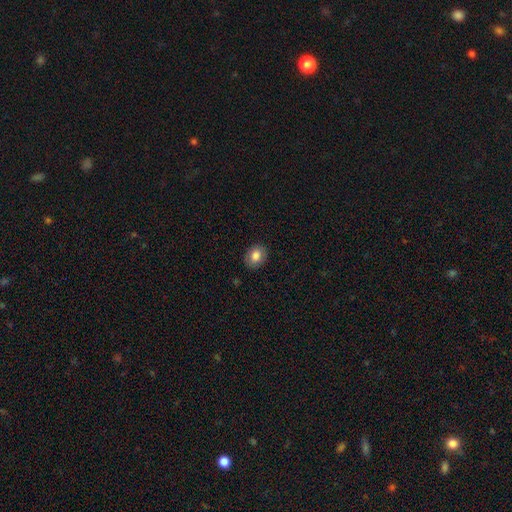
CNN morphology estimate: type=smooth (82%); roundness=in between (51%); merging=none (87%).